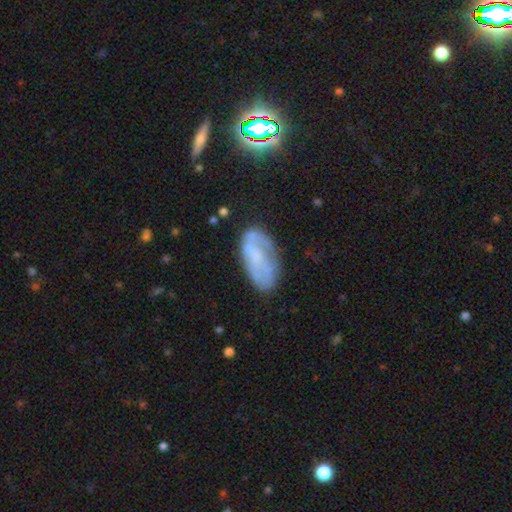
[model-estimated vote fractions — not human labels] This is possibly a featured or disk galaxy (54%). It is clearly not viewed edge-on (93%). Bar: likely no (68%). Spiral arm pattern: possibly yes (52%). Central bulge: marginally small (42%). Merging: likely none (60%).